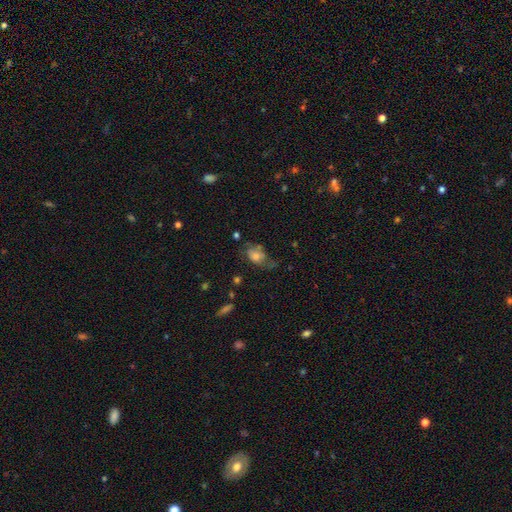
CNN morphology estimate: A smooth galaxy with no disk features (60%) that is in between round and cigar-shaped (80%). Merging: none (37%).